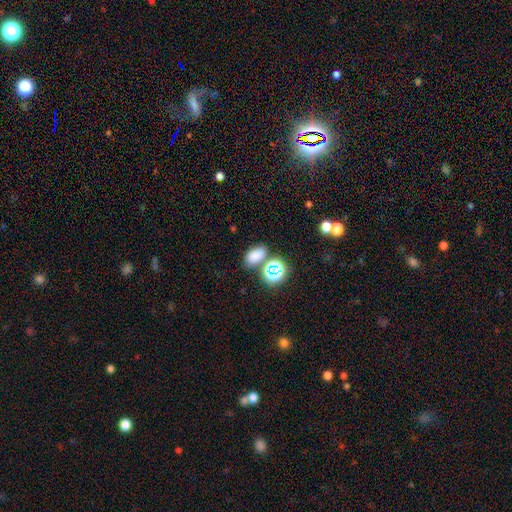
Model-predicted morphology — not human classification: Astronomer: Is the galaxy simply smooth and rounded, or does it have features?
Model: smooth — 73%.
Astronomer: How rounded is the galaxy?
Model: in between — 81%.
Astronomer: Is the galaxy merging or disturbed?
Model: none — 68%.